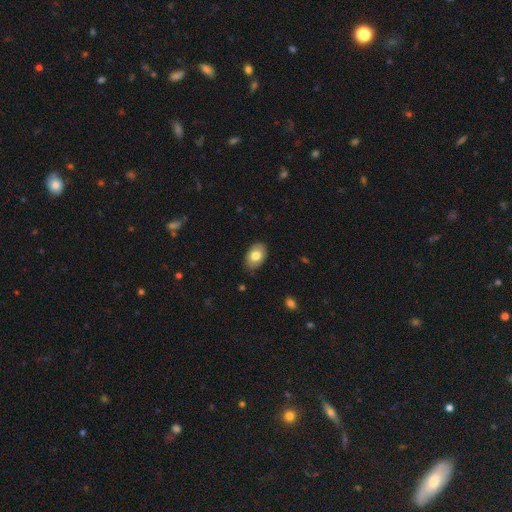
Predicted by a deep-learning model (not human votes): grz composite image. It shows a smooth galaxy with no disk features (74%) that is in between round and cigar-shaped (89%). Merging: none (84%).